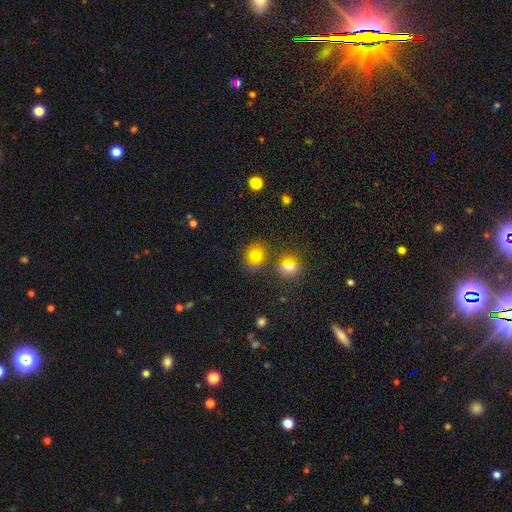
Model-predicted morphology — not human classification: This is likely a smooth galaxy (72%). How rounded: likely round (65%). Merging: likely none (71%).